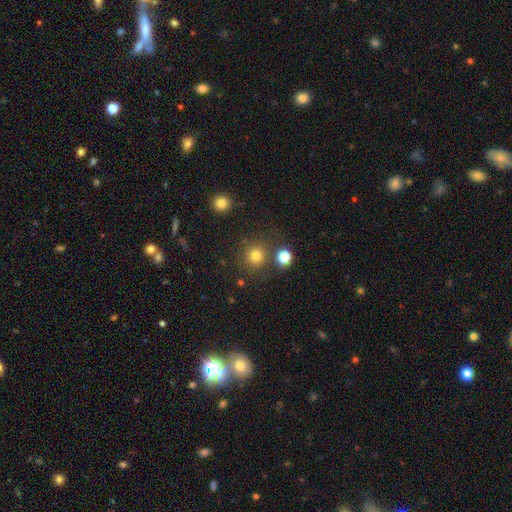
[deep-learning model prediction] Q: Smooth or featured?
A: smooth (79%); runner-up: star or artifact (15%)
Q: How rounded?
A: round (92%); runner-up: in between (8%)
Q: Merging?
A: none (80%); runner-up: merger (9%)